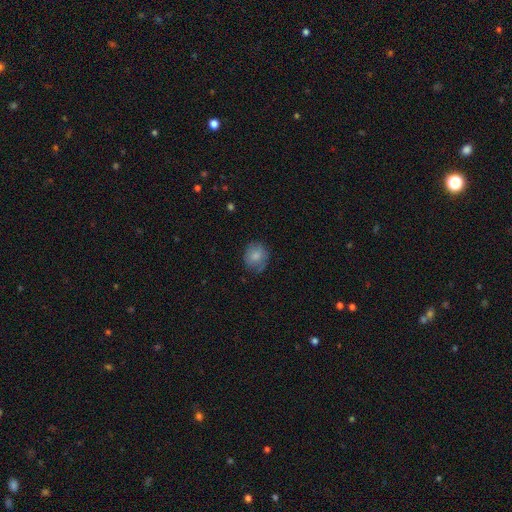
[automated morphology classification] Q: Smooth or featured?
A: smooth (77%); runner-up: featured or disk (15%)
Q: How rounded?
A: round (72%); runner-up: in between (27%)
Q: Merging?
A: none (66%); runner-up: minor disturbance (25%)